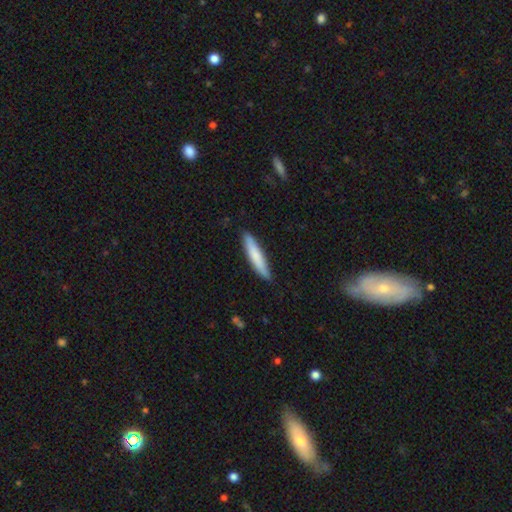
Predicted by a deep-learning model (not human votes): The model was most divided on "smooth or featured": smooth: 76%, featured or disk: 19%, star or artifact: 5%. More confident: how rounded — cigar-shaped (90%); merging — none (87%).